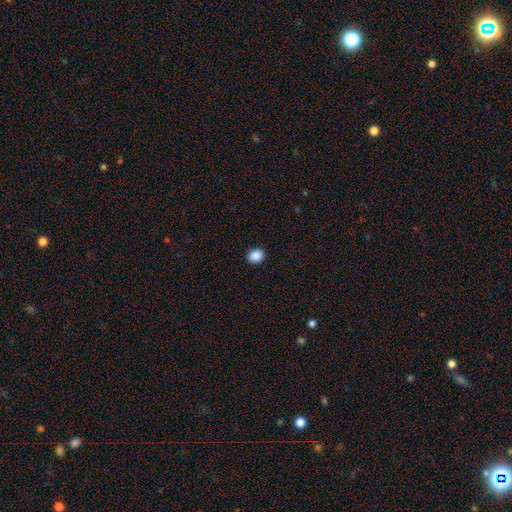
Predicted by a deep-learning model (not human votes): smooth-or-featured: smooth: 89% | star or artifact: 9% | featured or disk: 3%
  how-rounded: round: 66% | in between: 33% | cigar-shaped: 1%
  merging: none: 92% | minor disturbance: 6% | major disturbance: 2% | merger: 1%